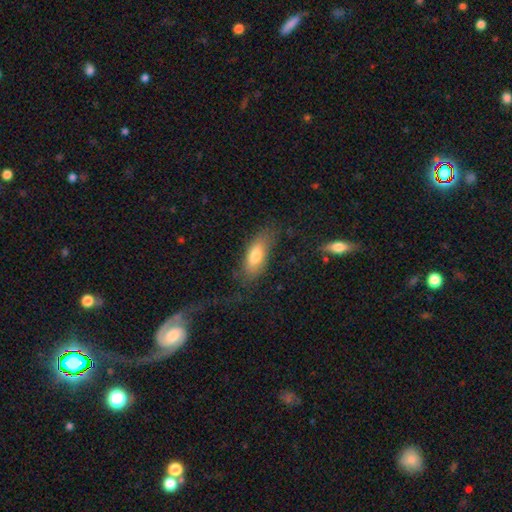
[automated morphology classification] A smooth galaxy with no disk features (73%) that is in between round and cigar-shaped (80%). Merging: none (61%).